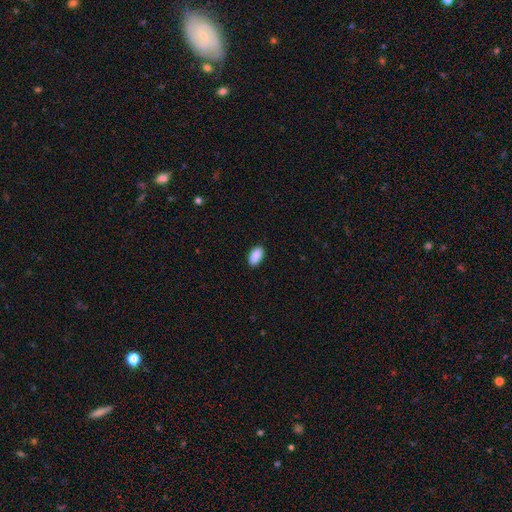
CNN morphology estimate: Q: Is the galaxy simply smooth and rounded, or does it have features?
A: smooth — 91%.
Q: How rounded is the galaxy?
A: in between — 95%.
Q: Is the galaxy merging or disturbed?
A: none — 89%.